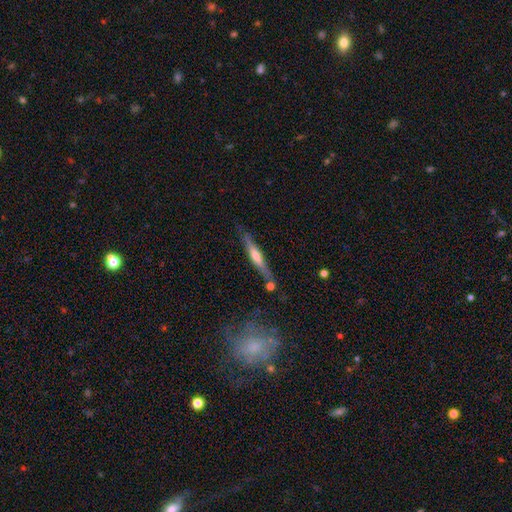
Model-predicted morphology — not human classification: This is possibly a featured or disk galaxy (57%). It is clearly viewed edge-on (93%). Edge-on bulge: possibly rounded (56%). Merging: likely none (75%).